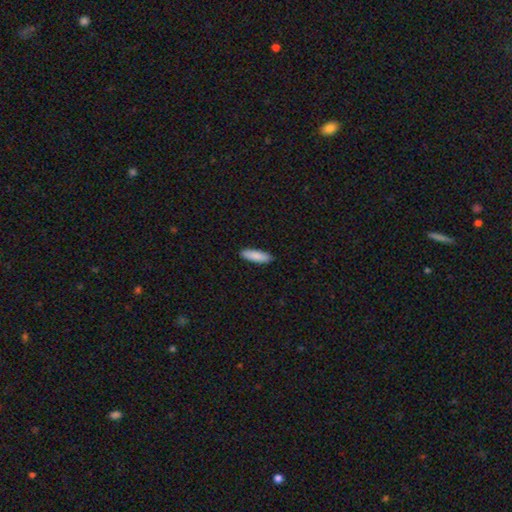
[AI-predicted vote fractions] Smooth or featured? Predicted: smooth (p=0.88). How rounded? Predicted: cigar-shaped (p=0.51). Merging? Predicted: none (p=0.90).